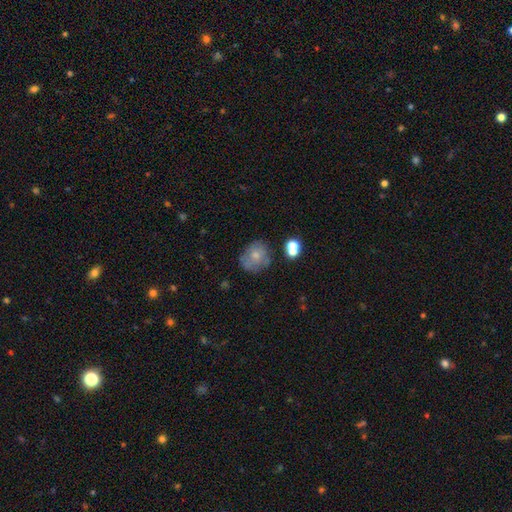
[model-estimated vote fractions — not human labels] Overall: smooth (61%; featured or disk 27%). How rounded: round (66%; in between 33%). Merging: none (57%; minor disturbance 24%).